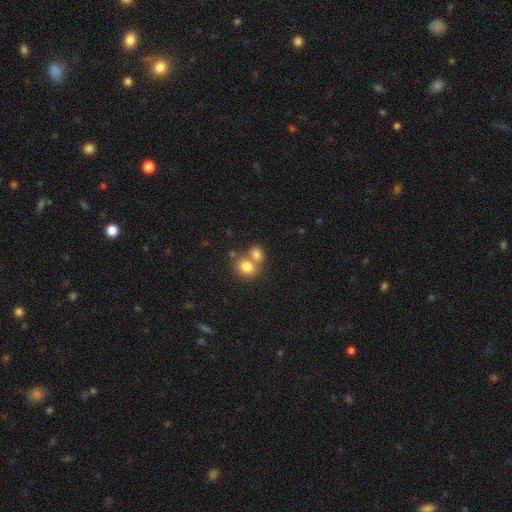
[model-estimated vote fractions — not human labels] Morphology: type=smooth (76%); roundness=round (64%); merging=merger (52%).